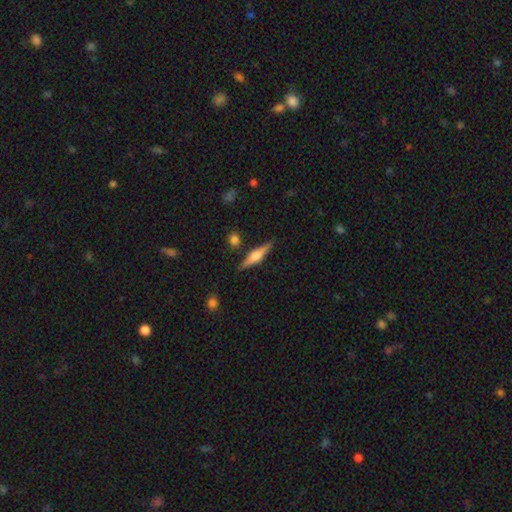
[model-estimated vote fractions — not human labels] Morphology: type=featured or disk (66%); edge-on=yes (97%); edge-on bulge=rounded (87%); merging=none (86%).